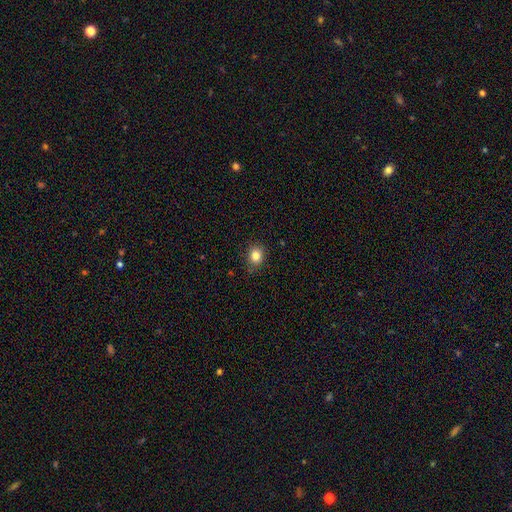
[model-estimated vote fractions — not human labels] This appears to be a smooth galaxy with no disk features (83%) that is round (66%). Merging: none (84%).